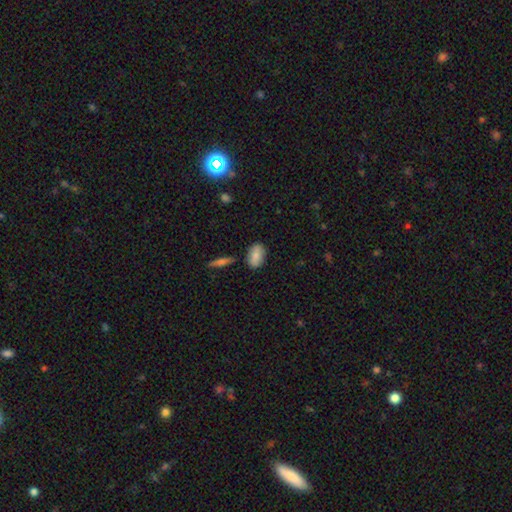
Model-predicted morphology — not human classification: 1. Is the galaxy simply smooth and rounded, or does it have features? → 80% smooth, 13% featured or disk, 7% star or artifact.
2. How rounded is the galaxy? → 88% in between, 9% round, 3% cigar-shaped.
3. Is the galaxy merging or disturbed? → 80% none, 13% minor disturbance, 4% merger, 3% major disturbance.